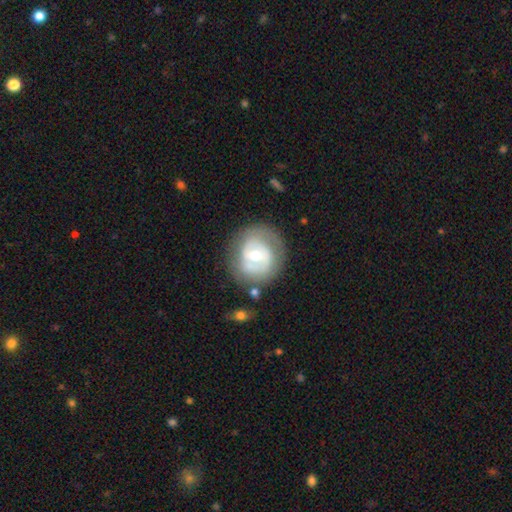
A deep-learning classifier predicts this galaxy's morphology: This is likely a featured or disk galaxy (66%). It is clearly not viewed edge-on (97%). Bar: possibly no (46%). Spiral arm pattern: likely yes (63%). Central bulge: likely moderate (61%). Merging: likely none (70%).